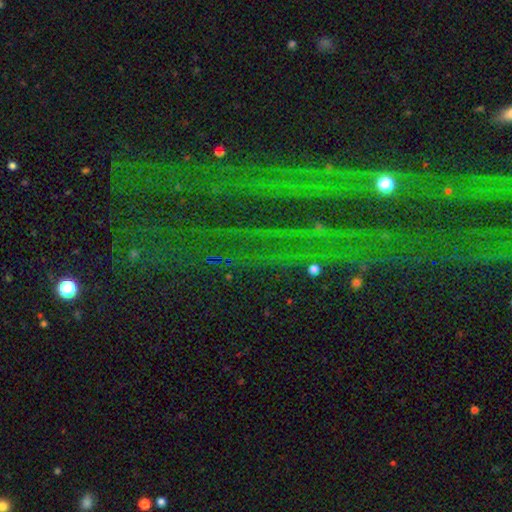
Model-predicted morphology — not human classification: type=star or artifact (79%).